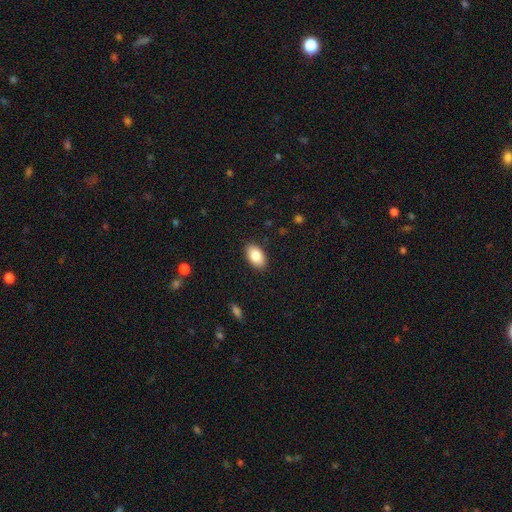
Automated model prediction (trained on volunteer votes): This appears to be a smooth galaxy with no disk features (85%) that is in between round and cigar-shaped (93%). Merging: none (89%).